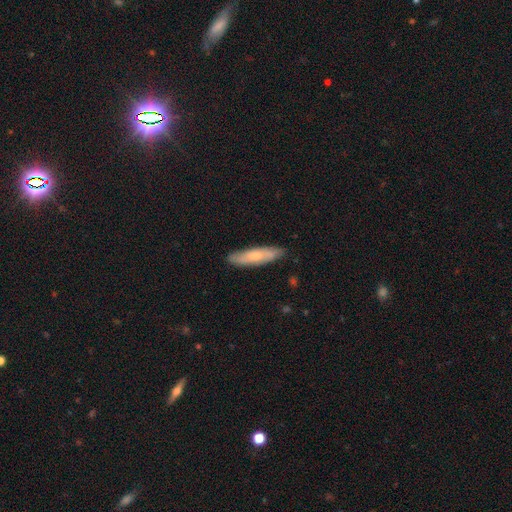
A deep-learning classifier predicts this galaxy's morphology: This is likely a smooth galaxy (61%). How rounded: likely cigar-shaped (74%). Merging: clearly none (86%).